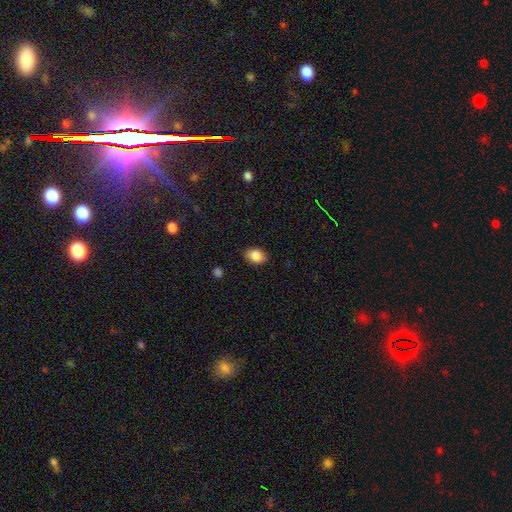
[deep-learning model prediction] smooth-or-featured: smooth: 86% | star or artifact: 8% | featured or disk: 5%
  how-rounded: in between: 73% | round: 26% | cigar-shaped: 1%
  merging: none: 86% | minor disturbance: 10% | major disturbance: 2% | merger: 1%